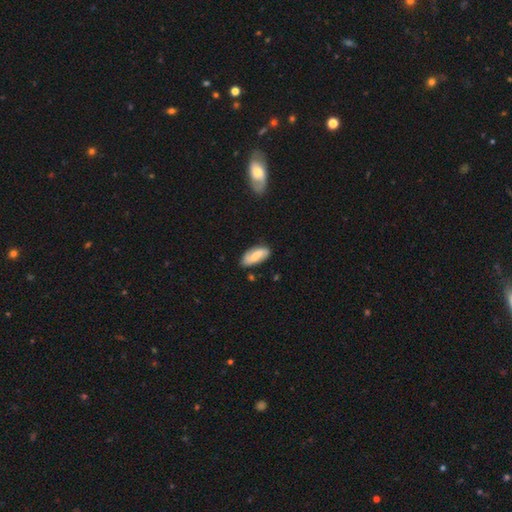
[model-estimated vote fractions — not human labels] Morphology: type=smooth (54%); roundness=in between (83%); merging=none (76%).